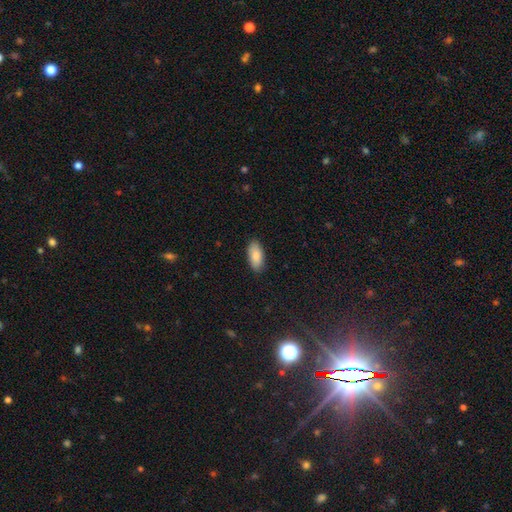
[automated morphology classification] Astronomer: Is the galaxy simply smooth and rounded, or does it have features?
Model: smooth — 86%.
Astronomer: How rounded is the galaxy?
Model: in between — 91%.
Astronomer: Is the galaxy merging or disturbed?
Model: none — 88%.